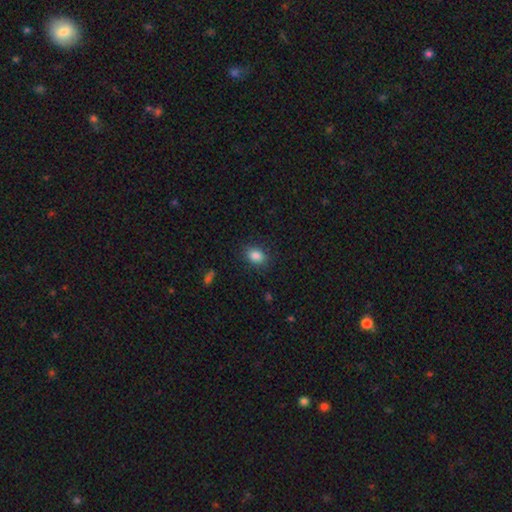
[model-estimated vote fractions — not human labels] smooth-or-featured: smooth: 85% | star or artifact: 10% | featured or disk: 5%
  how-rounded: in between: 65% | round: 33% | cigar-shaped: 1%
  merging: none: 85% | minor disturbance: 11% | major disturbance: 3% | merger: 1%